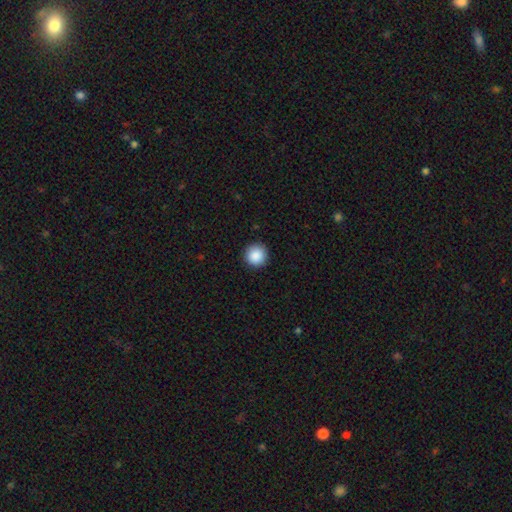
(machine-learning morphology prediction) smooth_or_featured: smooth (p=0.88) [alt: star or artifact p=0.08]
how_rounded: round (p=0.96) [alt: in between p=0.03]
merging: none (p=0.92) [alt: minor disturbance p=0.05]